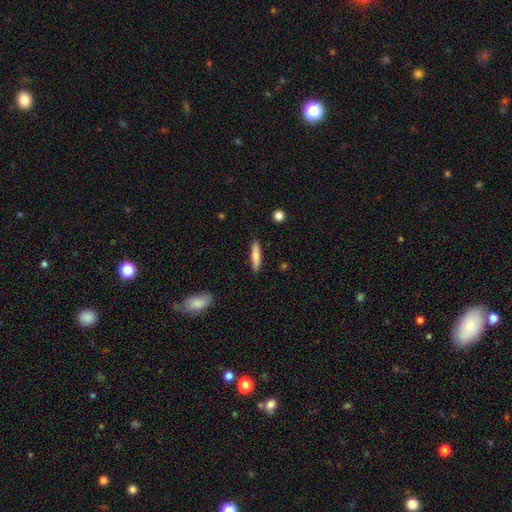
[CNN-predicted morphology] smooth-or-featured: smooth: 79% | featured or disk: 15% | star or artifact: 6%
  how-rounded: cigar-shaped: 82% | in between: 17% | round: 2%
  merging: none: 89% | minor disturbance: 8% | major disturbance: 2% | merger: 1%